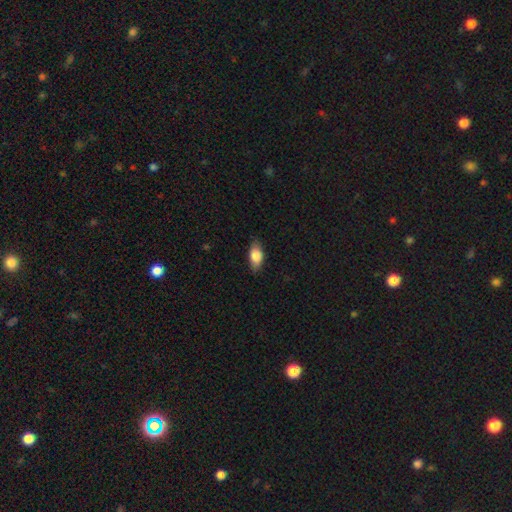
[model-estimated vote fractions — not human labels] Smooth or featured? Predicted: smooth (p=0.82). How rounded? Predicted: in between (p=0.88). Merging? Predicted: none (p=0.81).